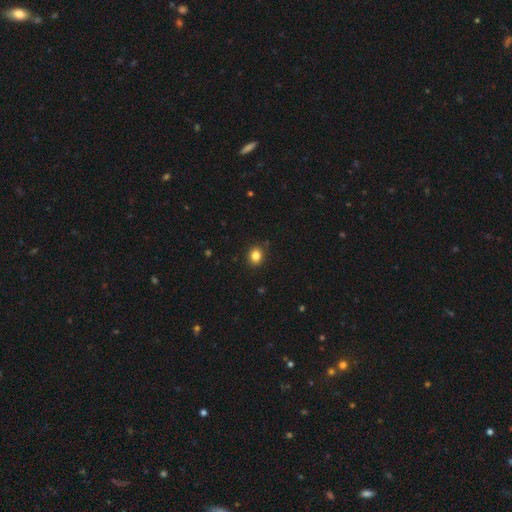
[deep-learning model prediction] Morphology: type=smooth (84%); roundness=round (68%); merging=none (88%).